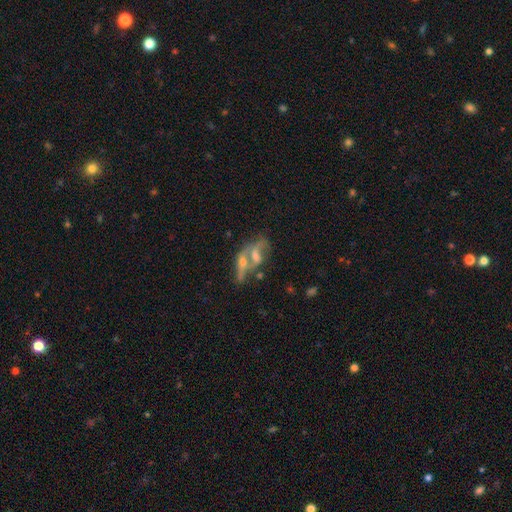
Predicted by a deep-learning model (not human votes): Q: Smooth or featured?
A: featured or disk (53%); runner-up: smooth (35%)
Q: Edge-on disk?
A: no (84%); runner-up: yes (16%)
Q: Merging?
A: merger (58%); runner-up: none (19%)